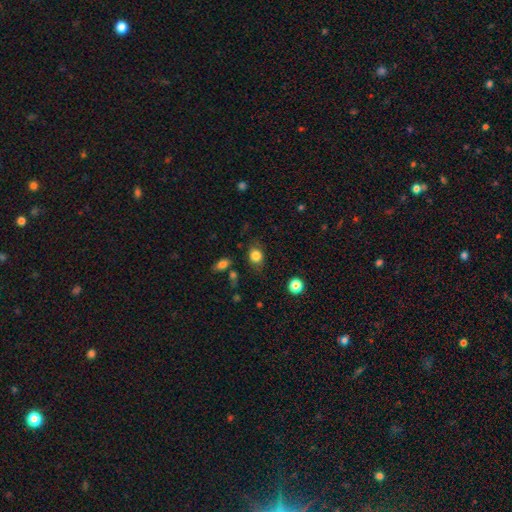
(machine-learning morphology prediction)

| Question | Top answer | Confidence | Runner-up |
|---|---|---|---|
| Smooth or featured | smooth | 83% | star or artifact (10%) |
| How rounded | round | 51% | in between (48%) |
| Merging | none | 72% | minor disturbance (19%) |